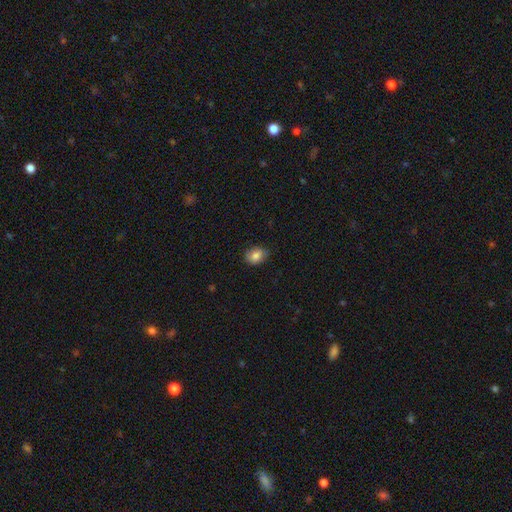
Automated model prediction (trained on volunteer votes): This is clearly a smooth galaxy (85%). How rounded: likely in between (63%). Merging: likely none (80%).